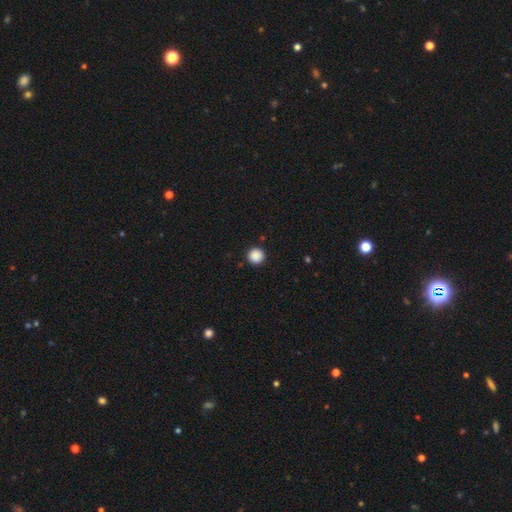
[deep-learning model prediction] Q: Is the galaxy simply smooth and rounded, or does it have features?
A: smooth — 89%.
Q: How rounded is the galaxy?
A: round — 96%.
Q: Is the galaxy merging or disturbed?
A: none — 93%.